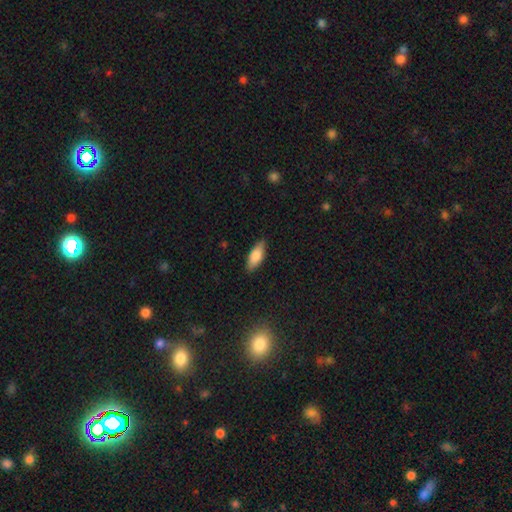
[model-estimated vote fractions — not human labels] Morphology: type=smooth (79%); roundness=in between (75%); merging=none (85%).